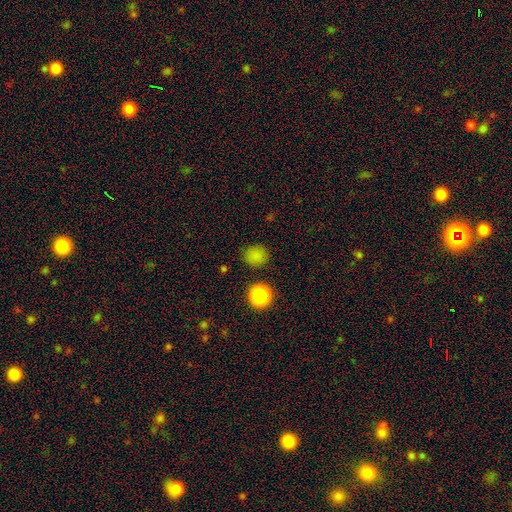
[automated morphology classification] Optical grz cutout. It shows a smooth galaxy with no disk features (79%) that is round (87%). Merging: none (86%).